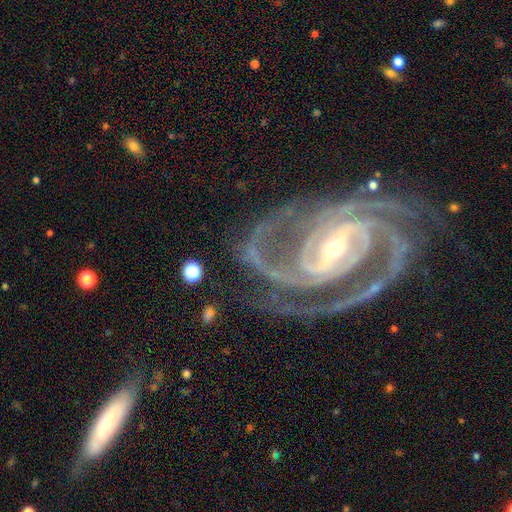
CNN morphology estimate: type=featured or disk (91%); edge-on=no (97%); bar=strong (57%); spiral arms=yes (97%); winding=tight (49%); arm count=2 (50%); bulge=small (62%); merging=none (63%).